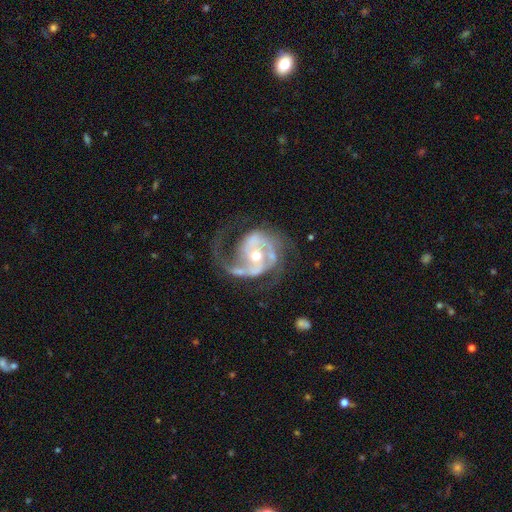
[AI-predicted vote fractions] Smooth or featured?
  - featured or disk: 90% *
  - star or artifact: 5%
  - smooth: 5%
Edge-on disk?
  - no: 98% *
  - yes: 2%
Bar?
  - no: 49% *
  - weak: 33%
  - strong: 18%
Spiral arms?
  - yes: 96% *
  - no: 4%
Spiral winding?
  - medium: 50% *
  - tight: 27%
  - loose: 23%
Spiral arm count?
  - 2: 62% *
  - 1: 13%
  - 3: 11%
  - can't tell: 8%
  - 4: 3%
  - more than 4: 3%
Bulge size?
  - moderate: 62% *
  - small: 32%
  - large: 4%
  - none: 1%
  - dominant: 1%
Merging?
  - none: 50% *
  - major disturbance: 27%
  - minor disturbance: 19%
  - merger: 4%